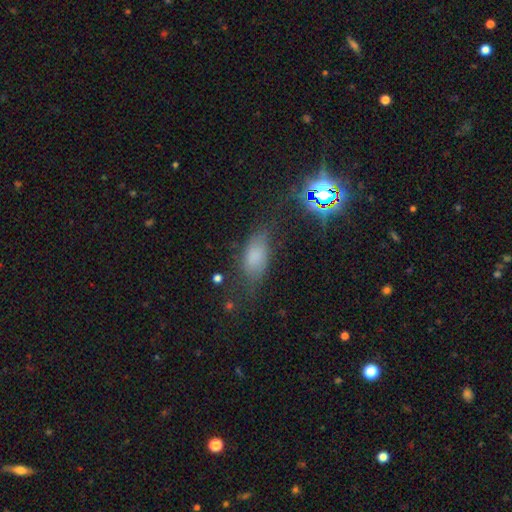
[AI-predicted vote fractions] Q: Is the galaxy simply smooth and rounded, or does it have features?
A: smooth — 70%.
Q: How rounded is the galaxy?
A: in between — 86%.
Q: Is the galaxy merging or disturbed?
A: none — 56%.